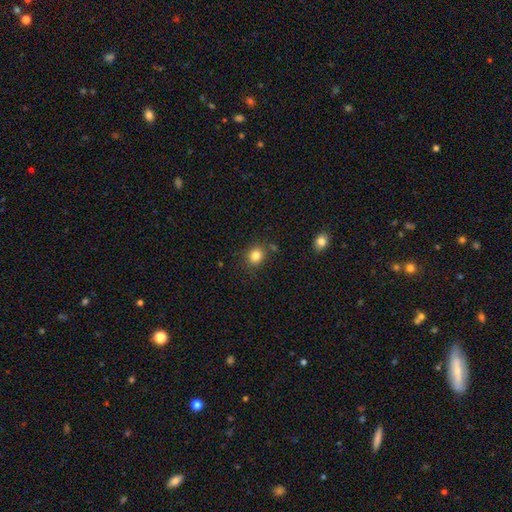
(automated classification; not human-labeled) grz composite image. It shows a smooth galaxy with no disk features (83%) that is round (70%). Merging: none (79%).